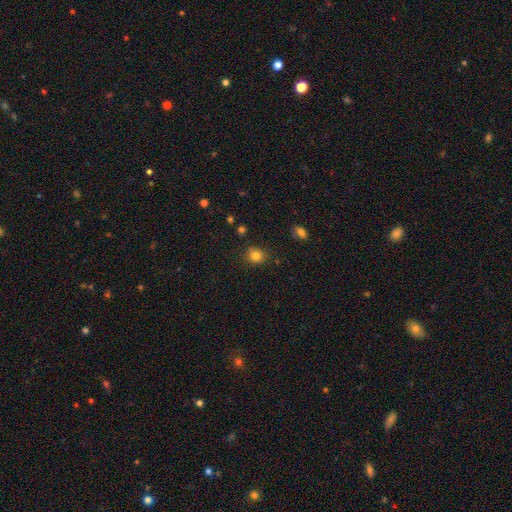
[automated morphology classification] Overall: smooth (81%). How rounded: round (79%). Merging: none (85%).